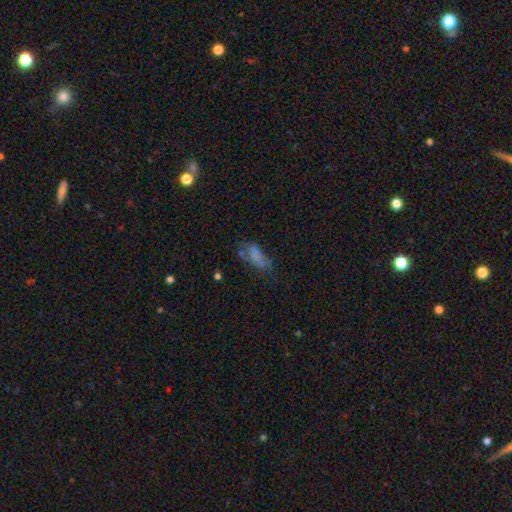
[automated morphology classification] Smooth or featured? smooth (59%)
How rounded? in between (77%)
Merging? none (36%)